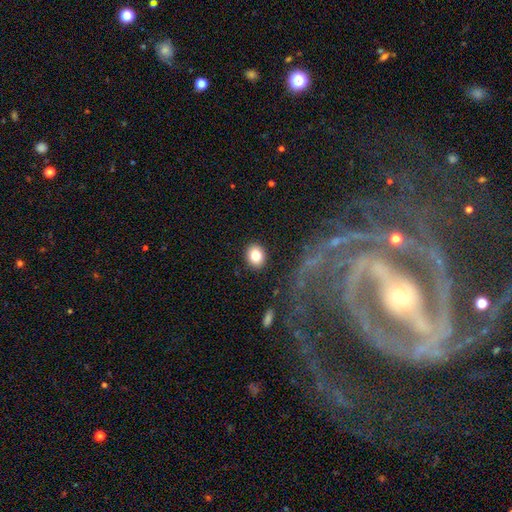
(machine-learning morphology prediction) This appears to be a smooth galaxy with no disk features (82%) that is round (56%). Merging: none (89%).